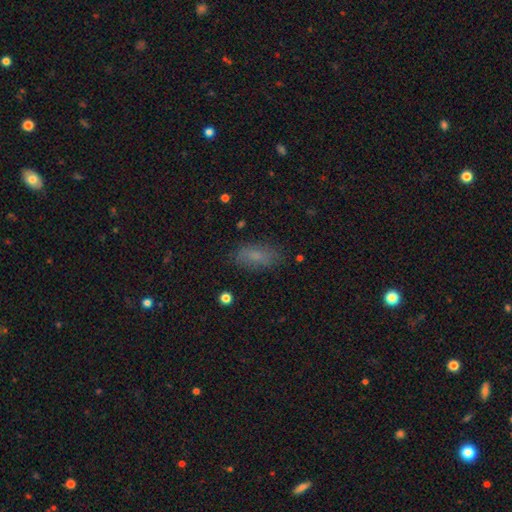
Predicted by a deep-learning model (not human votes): A smooth galaxy with no disk features (74%) that is in between round and cigar-shaped (79%). Merging: none (80%).